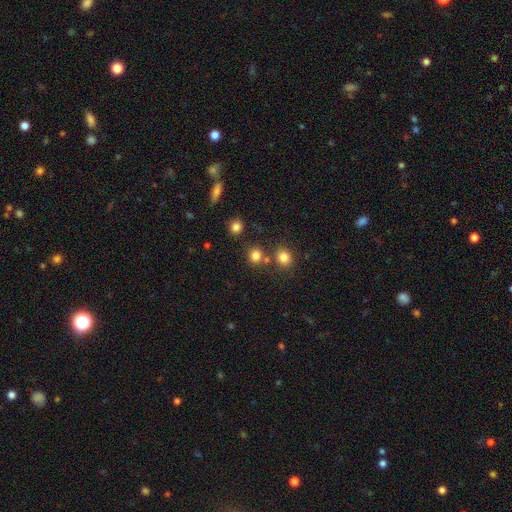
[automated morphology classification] Smooth or featured? Predicted: smooth (p=0.80). How rounded? Predicted: round (p=0.86). Merging? Predicted: none (p=0.72).